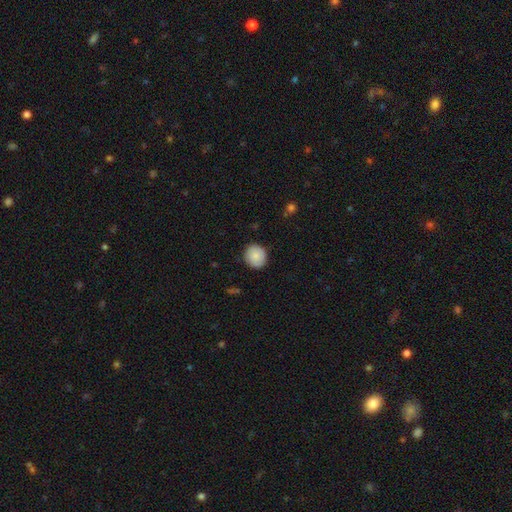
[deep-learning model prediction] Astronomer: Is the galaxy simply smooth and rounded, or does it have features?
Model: smooth — 84%.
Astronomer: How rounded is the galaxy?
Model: round — 86%.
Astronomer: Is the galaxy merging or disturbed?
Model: none — 86%.